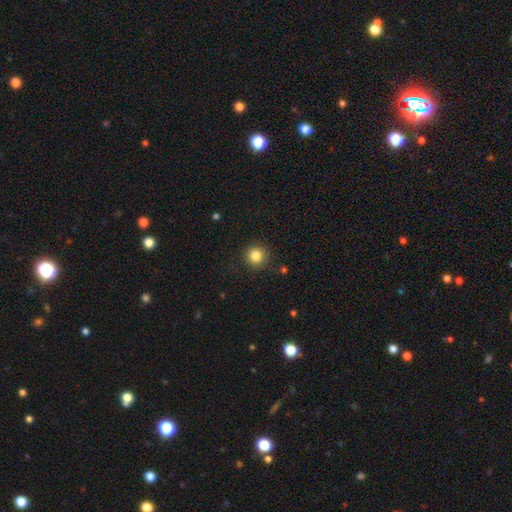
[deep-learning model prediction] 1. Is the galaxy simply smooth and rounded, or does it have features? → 84% smooth, 11% star or artifact, 5% featured or disk.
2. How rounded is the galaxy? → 94% round, 5% in between, 1% cigar-shaped.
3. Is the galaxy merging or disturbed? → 88% none, 8% minor disturbance, 3% major disturbance, 1% merger.